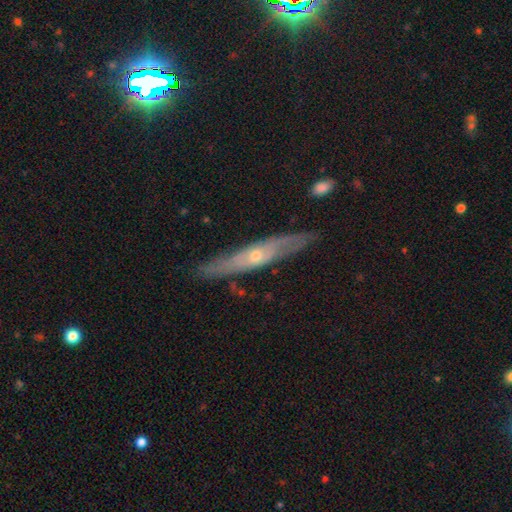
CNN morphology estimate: This is likely a featured or disk galaxy (71%). It is likely viewed edge-on (70%). Merging: clearly none (82%).